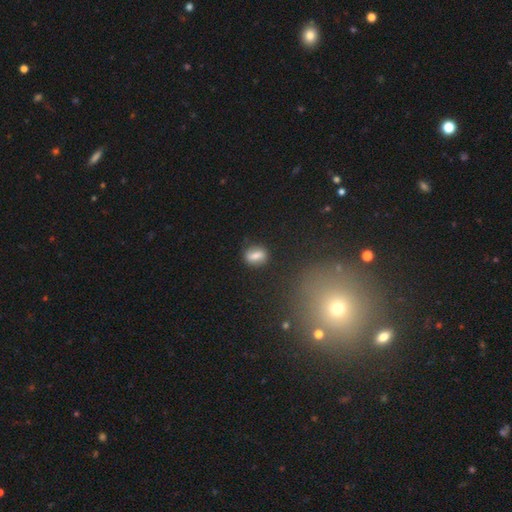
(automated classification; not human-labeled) smooth 71%, featured or disk 18%, star or artifact 11%. Down the decision tree: how rounded — in between (67%); merging — none (80%).